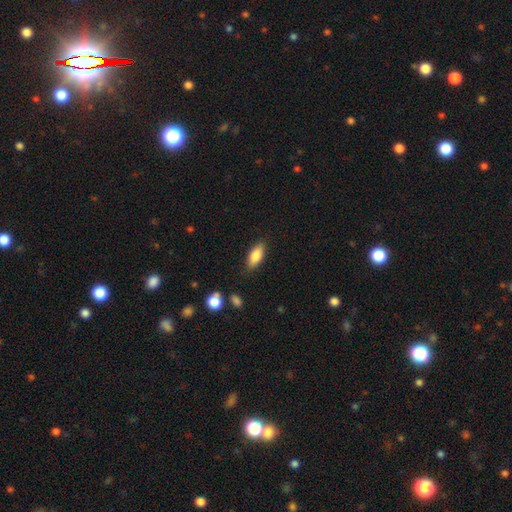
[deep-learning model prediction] Smooth or featured? smooth (82%)
How rounded? in between (82%)
Merging? none (84%)